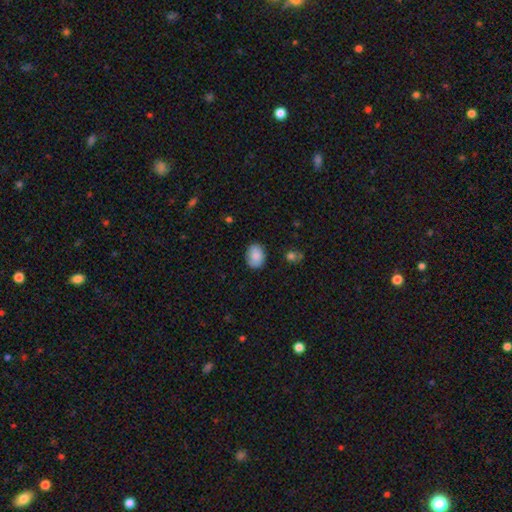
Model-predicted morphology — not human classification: type=smooth (85%); roundness=in between (64%); merging=none (81%).